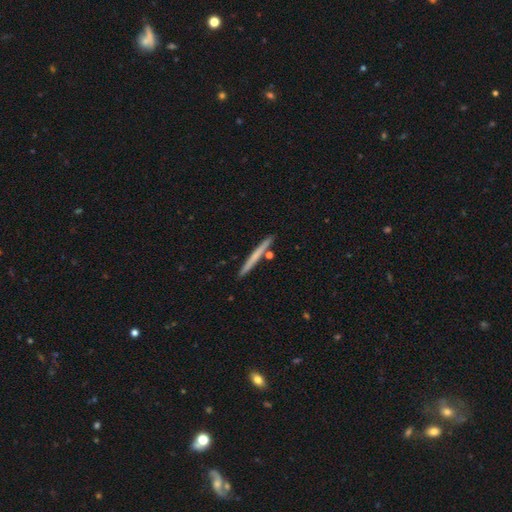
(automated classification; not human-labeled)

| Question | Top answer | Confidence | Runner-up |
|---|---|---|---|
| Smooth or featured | smooth | 55% | featured or disk (39%) |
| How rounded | cigar-shaped | 97% | in between (2%) |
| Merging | none | 89% | minor disturbance (6%) |